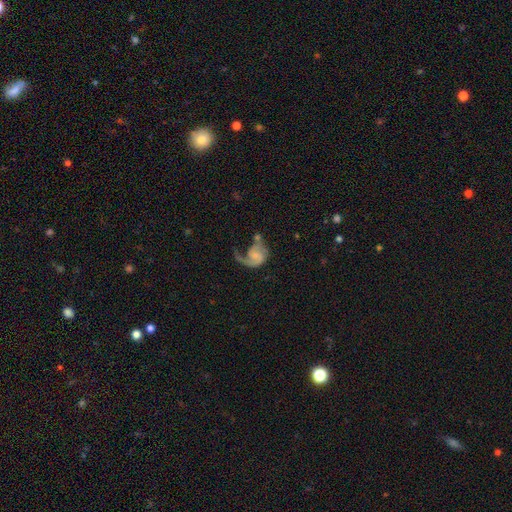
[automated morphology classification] Smooth or featured? featured or disk (74%)
Edge-on disk? no (98%)
Bar? no (63%)
Spiral arms? yes (91%)
Spiral winding? loose (50%)
Spiral arm count? 1 (56%)
Bulge size? small (49%)
Merging? major disturbance (40%)